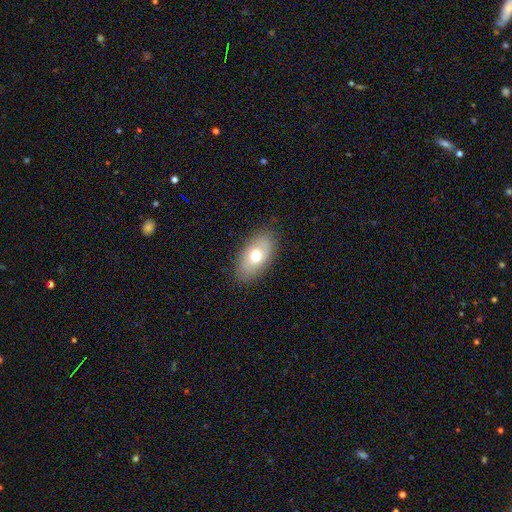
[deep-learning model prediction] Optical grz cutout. It shows a smooth galaxy with no disk features (69%) that is in between round and cigar-shaped (91%). Merging: none (84%).